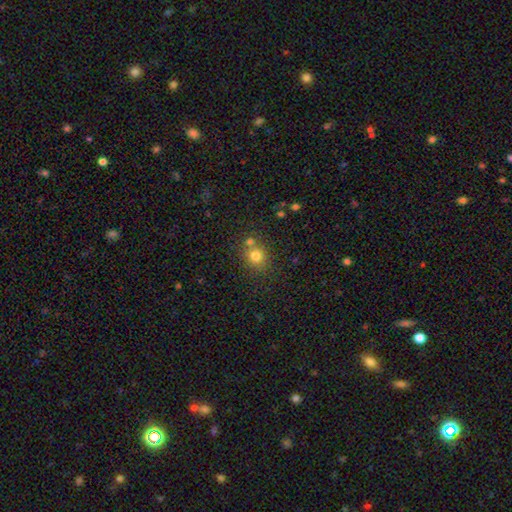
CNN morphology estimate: Smooth or featured: smooth — 77% (star or artifact — 14%)
How rounded: round — 80% (in between — 19%)
Merging: none — 64% (merger — 23%)